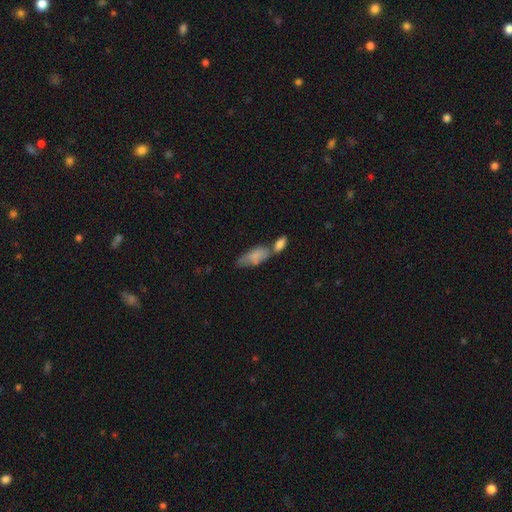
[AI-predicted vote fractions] Smooth or featured? smooth (74%)
How rounded? in between (78%)
Merging? merger (42%)